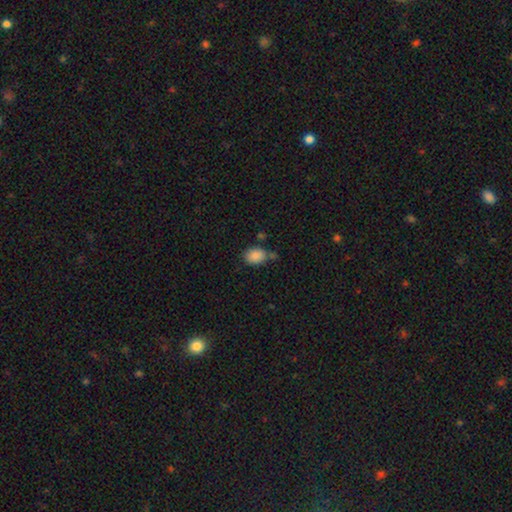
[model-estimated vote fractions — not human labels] smooth_or_featured: smooth (p=0.87) [alt: star or artifact p=0.09]
how_rounded: in between (p=0.64) [alt: round p=0.35]
merging: none (p=0.60) [alt: minor disturbance p=0.20]